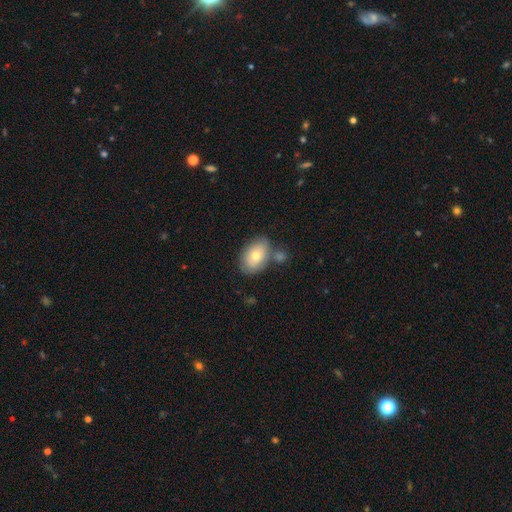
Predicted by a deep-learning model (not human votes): smooth 68%, featured or disk 25%, star or artifact 7%. Down the decision tree: how rounded — in between (84%); merging — none (61%).